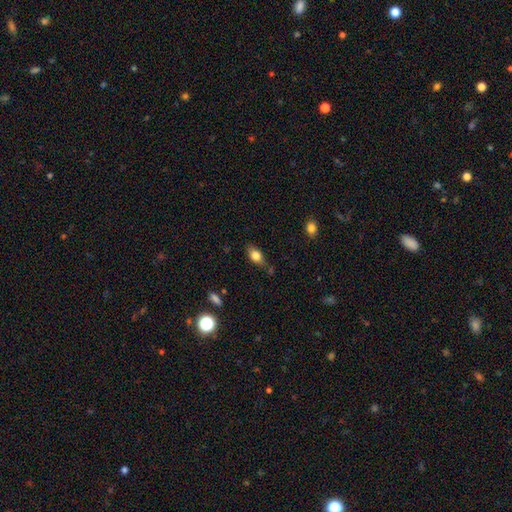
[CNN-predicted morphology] This appears to be a smooth galaxy with no disk features (79%) that is in between round and cigar-shaped (83%). Merging: none (70%).